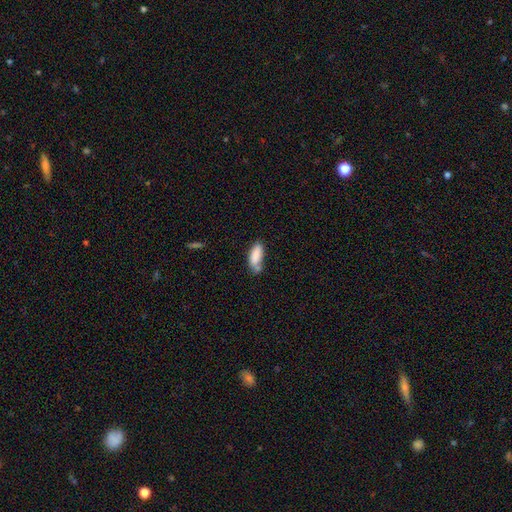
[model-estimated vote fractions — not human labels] Smooth or featured? smooth (84%)
How rounded? in between (73%)
Merging? none (47%)